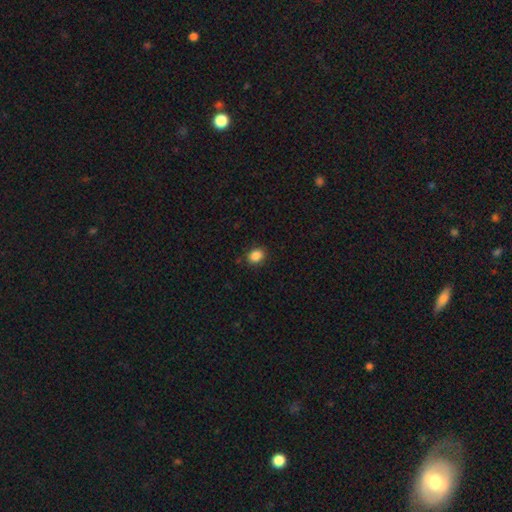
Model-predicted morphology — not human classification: Overall: smooth (87%). How rounded: in between (58%; round 41%). Merging: none (86%).